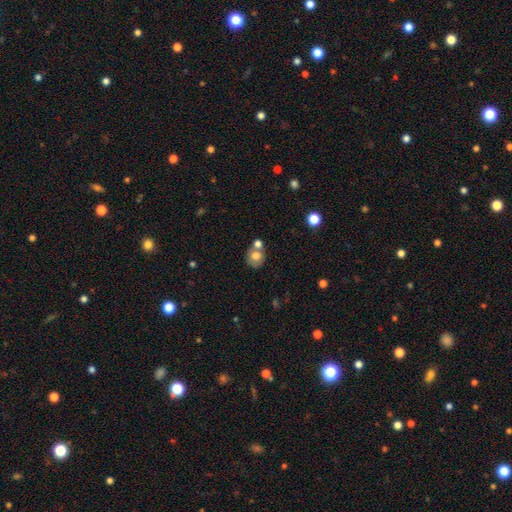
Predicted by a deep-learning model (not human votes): The model was most divided on "merging": none: 49%, merger: 33%, minor disturbance: 12%, major disturbance: 5%. More confident: smooth or featured — smooth (71%); how rounded — round (70%).